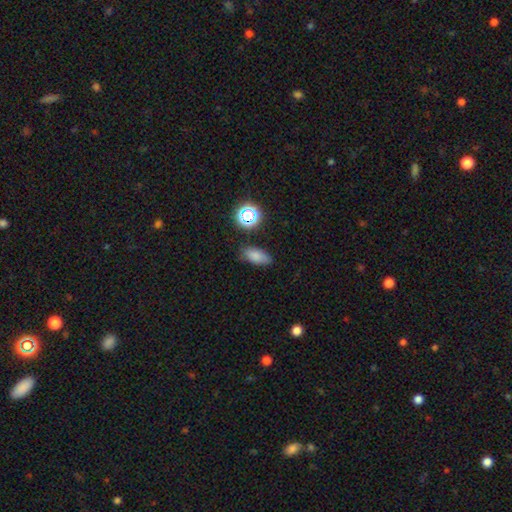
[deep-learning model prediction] This is likely a smooth galaxy (77%). How rounded: clearly in between (87%). Merging: likely none (77%).